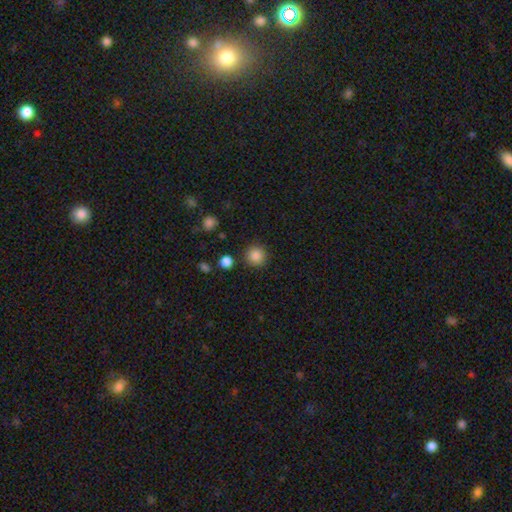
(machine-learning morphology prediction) Smooth or featured? Predicted: smooth (p=0.87). How rounded? Predicted: round (p=0.93). Merging? Predicted: none (p=0.89).